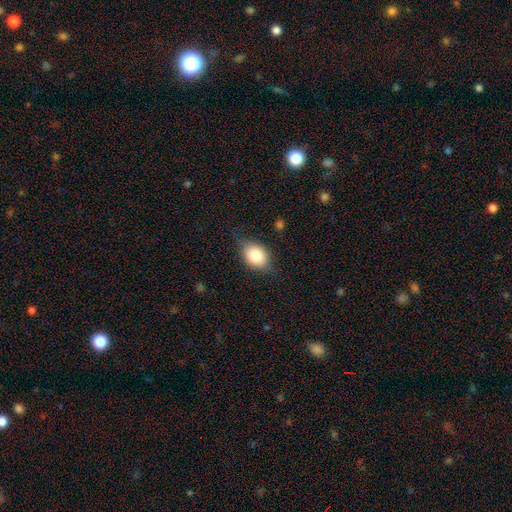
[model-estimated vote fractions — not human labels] smooth 77%, featured or disk 15%, star or artifact 8%. Down the decision tree: how rounded — in between (69%); merging — none (69%).